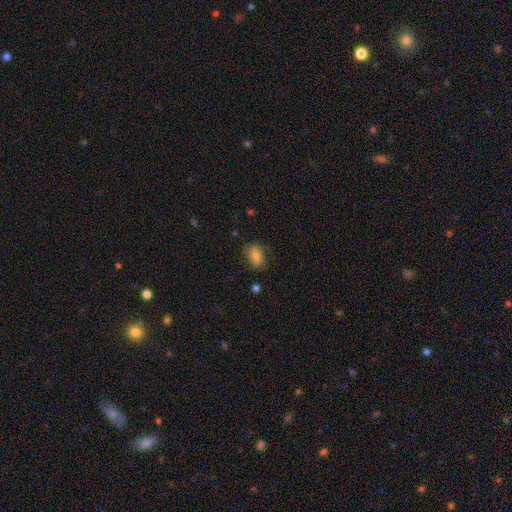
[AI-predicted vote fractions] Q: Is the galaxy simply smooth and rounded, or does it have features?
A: smooth — 74%.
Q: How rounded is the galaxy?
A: in between — 83%.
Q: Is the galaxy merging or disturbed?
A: none — 70%.